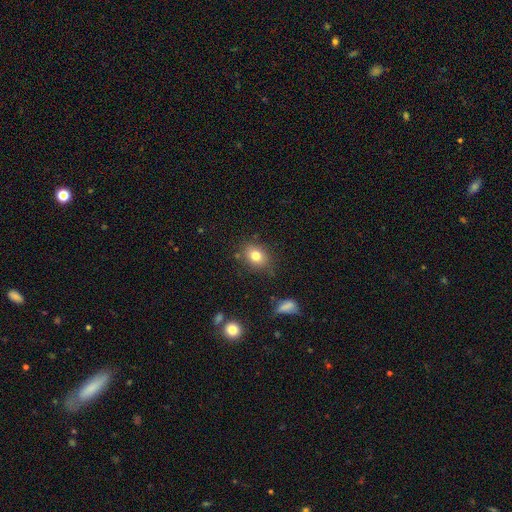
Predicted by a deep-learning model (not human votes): smooth-or-featured: smooth: 79% | star or artifact: 12% | featured or disk: 10%
  how-rounded: in between: 53% | round: 46% | cigar-shaped: 1%
  merging: none: 79% | minor disturbance: 14% | major disturbance: 4% | merger: 3%